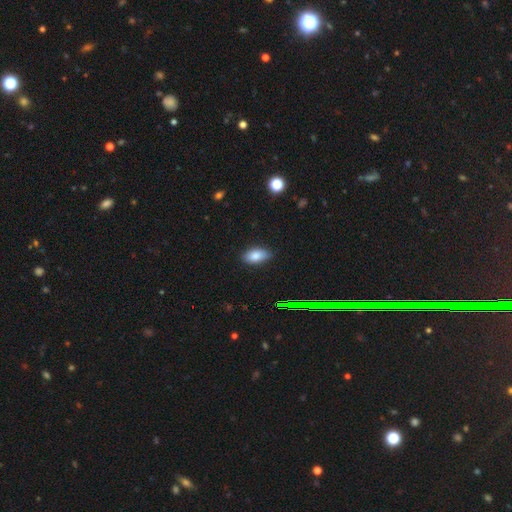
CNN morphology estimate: This appears to be a smooth galaxy with no disk features (83%) that is in between round and cigar-shaped (91%). Merging: none (84%).